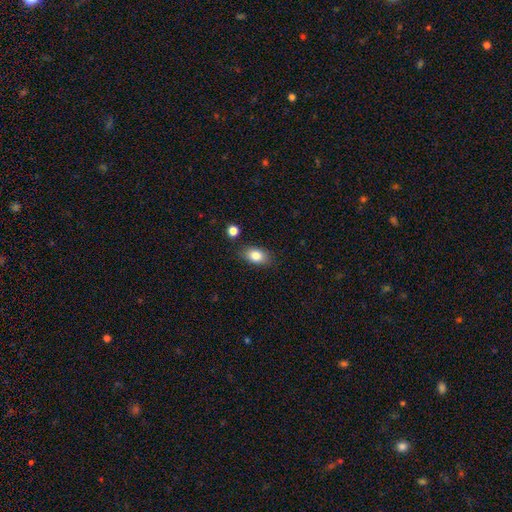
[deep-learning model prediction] Morphology: type=smooth (83%); roundness=in between (84%); merging=none (82%).